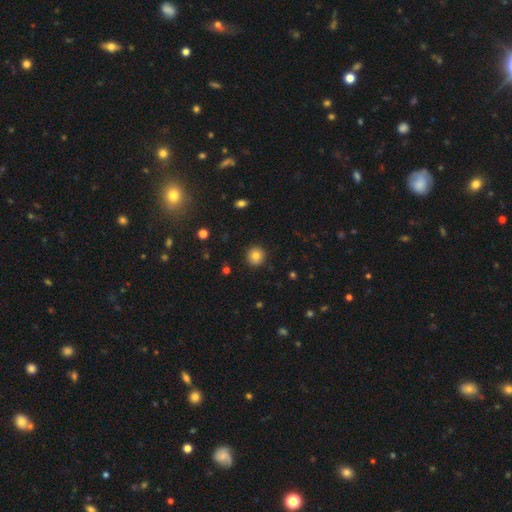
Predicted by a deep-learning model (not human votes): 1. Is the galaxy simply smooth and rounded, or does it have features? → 81% smooth, 11% star or artifact, 8% featured or disk.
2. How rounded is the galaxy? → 92% round, 7% in between, 1% cigar-shaped.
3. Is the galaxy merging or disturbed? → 91% none, 7% minor disturbance, 2% major disturbance, 1% merger.